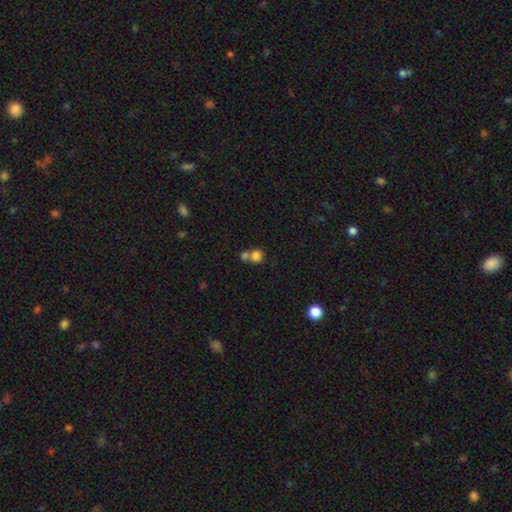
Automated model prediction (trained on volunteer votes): smooth_or_featured: smooth (p=0.80) [alt: star or artifact p=0.11]
how_rounded: round (p=0.84) [alt: in between p=0.15]
merging: merger (p=0.51) [alt: none p=0.40]